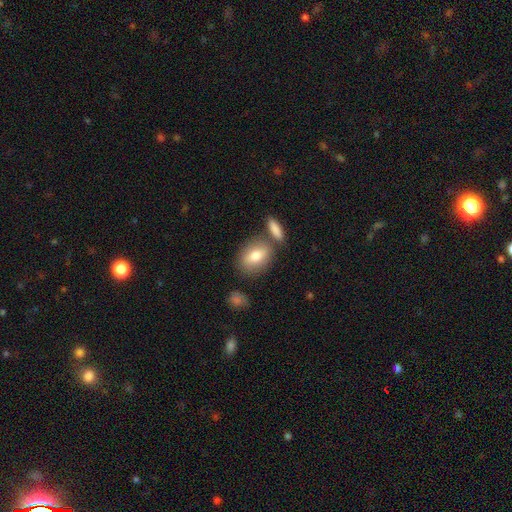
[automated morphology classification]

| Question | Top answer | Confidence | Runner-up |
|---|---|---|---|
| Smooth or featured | smooth | 73% | featured or disk (20%) |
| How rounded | in between | 75% | round (20%) |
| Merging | none | 67% | merger (17%) |